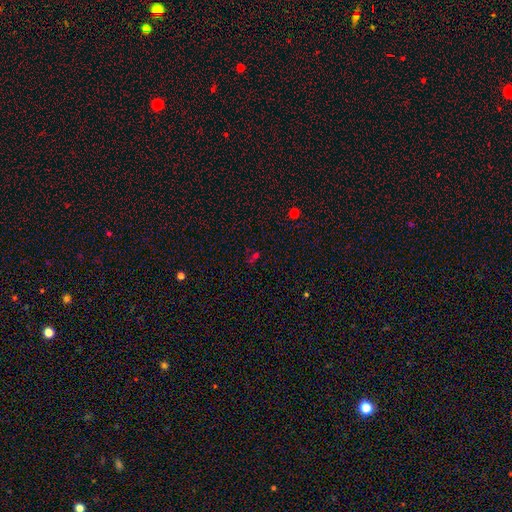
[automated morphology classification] Smooth or featured? star or artifact (53%)